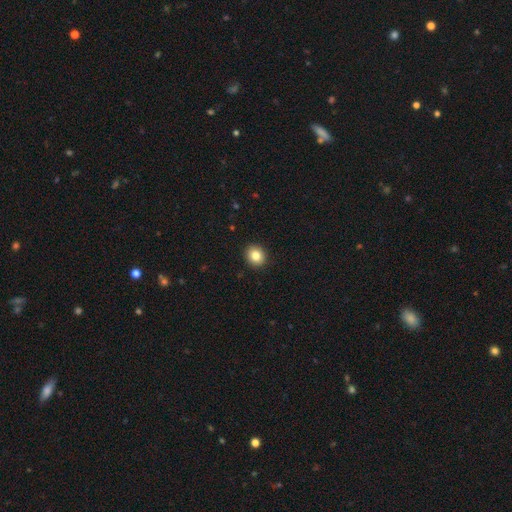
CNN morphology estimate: type=smooth (83%); roundness=round (80%); merging=none (92%).